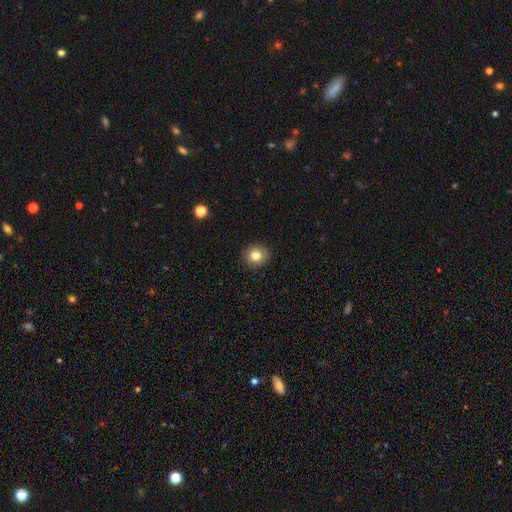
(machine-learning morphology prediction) Smooth or featured?
  - smooth: 81% *
  - star or artifact: 11%
  - featured or disk: 9%
How rounded?
  - round: 81% *
  - in between: 18%
  - cigar-shaped: 1%
Merging?
  - none: 91% *
  - minor disturbance: 6%
  - major disturbance: 2%
  - merger: 1%